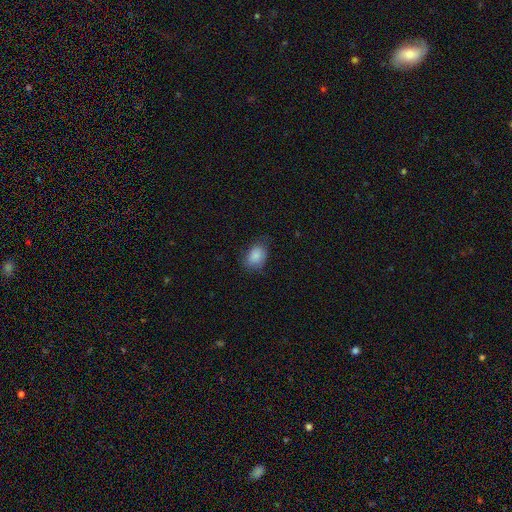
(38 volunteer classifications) Morphology: type=smooth (87%); roundness=in between (70%); merging=none (57%).